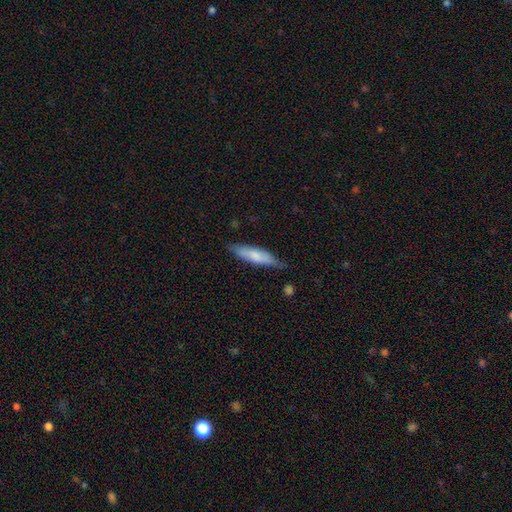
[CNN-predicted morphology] Smooth or featured? Predicted: smooth (p=0.69). How rounded? Predicted: cigar-shaped (p=0.69). Merging? Predicted: none (p=0.72).